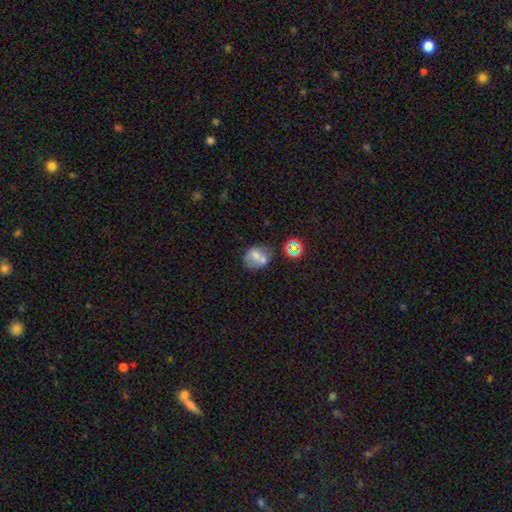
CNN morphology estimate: A smooth galaxy with no disk features (61%) that is round (61%). Merging: none (48%).